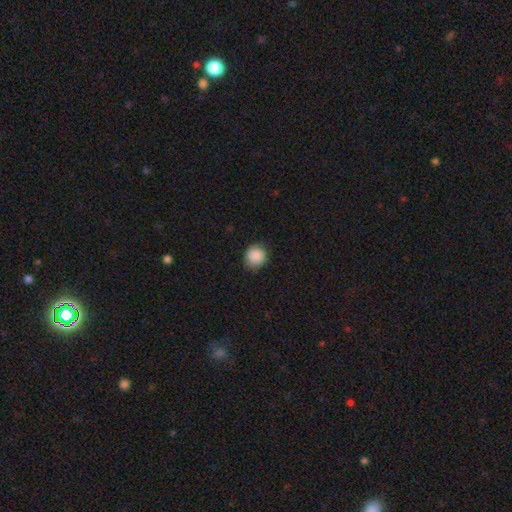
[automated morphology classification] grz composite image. It shows a smooth galaxy with no disk features (89%) that is round (89%). Merging: none (84%).